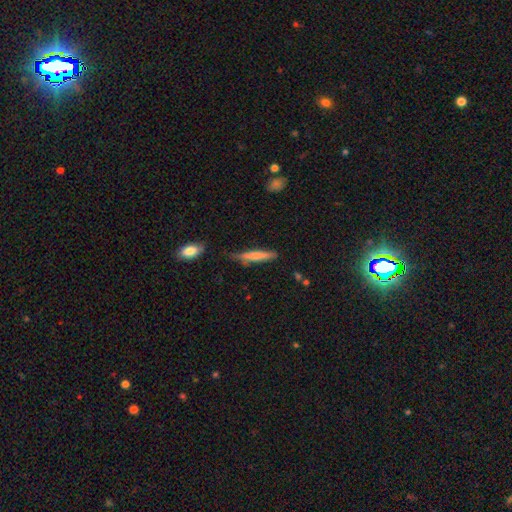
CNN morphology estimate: A smooth galaxy with no disk features (70%) that is cigar-shaped (91%).

Vote fractions:
- Smooth or featured? smooth: 70% / featured or disk: 24% / star or artifact: 6%
- How rounded? cigar-shaped: 91% / in between: 8% / round: 2%
- Merging? none: 69% / minor disturbance: 22% / major disturbance: 5% / merger: 4%